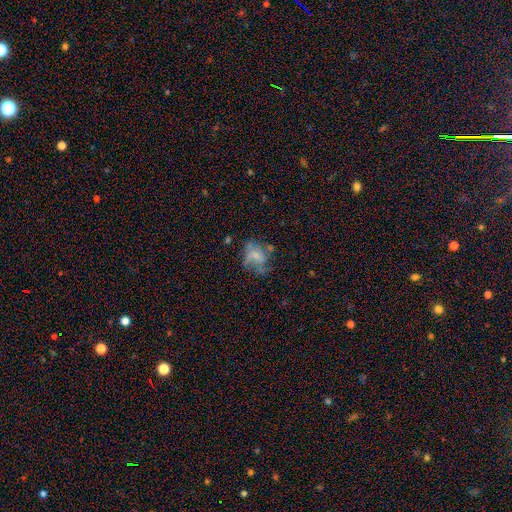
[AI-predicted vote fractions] This is possibly a featured or disk galaxy (51%). It is clearly not viewed edge-on (97%). Merging: marginally none (38%).